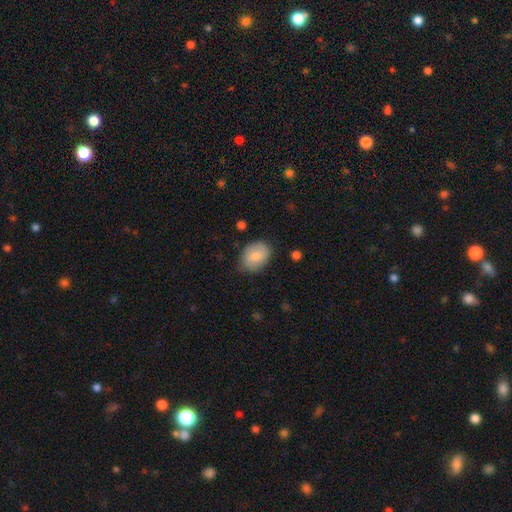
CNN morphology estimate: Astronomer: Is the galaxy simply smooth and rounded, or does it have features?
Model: smooth — 80%.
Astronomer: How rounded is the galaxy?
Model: in between — 72%.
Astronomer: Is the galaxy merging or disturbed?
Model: none — 78%.